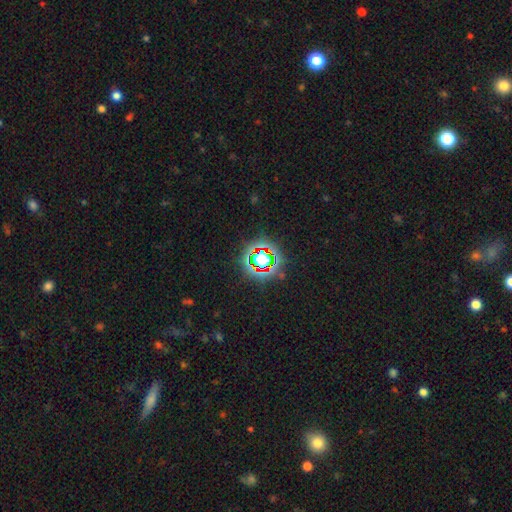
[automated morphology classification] Smooth or featured? star or artifact (68%)